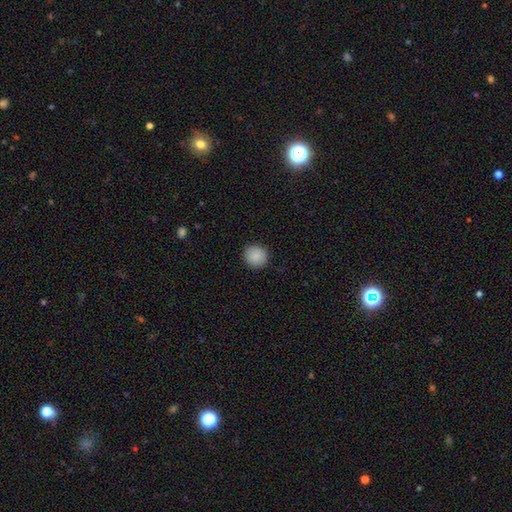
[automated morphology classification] This appears to be a smooth galaxy with no disk features (89%) that is round (93%). Merging: none (92%).